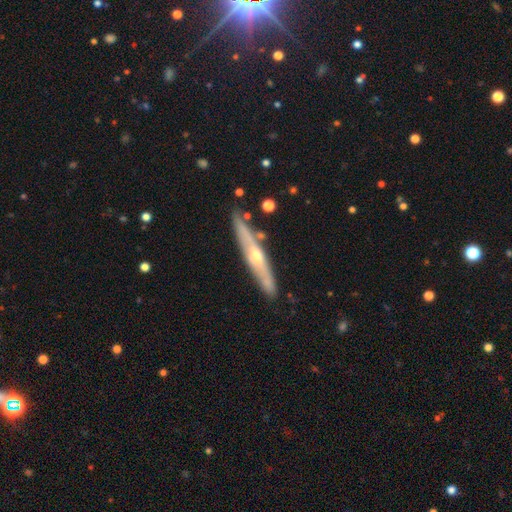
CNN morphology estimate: Smooth or featured? Predicted: featured or disk (p=0.67). Edge-on disk? Predicted: yes (p=0.90). Edge-on bulge? Predicted: rounded (p=0.82). Merging? Predicted: none (p=0.82).